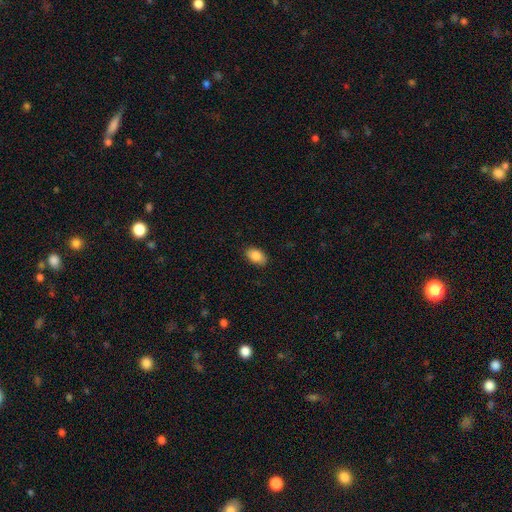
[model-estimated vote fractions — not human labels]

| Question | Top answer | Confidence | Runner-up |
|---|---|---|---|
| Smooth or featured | smooth | 87% | star or artifact (7%) |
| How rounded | in between | 92% | round (7%) |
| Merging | none | 88% | minor disturbance (9%) |